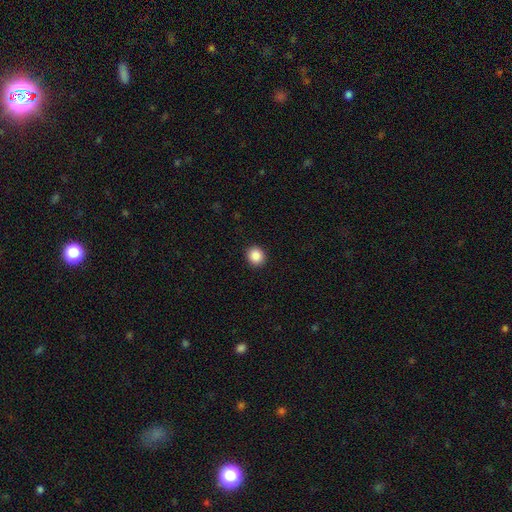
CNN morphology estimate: Q: Smooth or featured?
A: smooth (88%); runner-up: star or artifact (9%)
Q: How rounded?
A: round (85%); runner-up: in between (14%)
Q: Merging?
A: none (92%); runner-up: minor disturbance (5%)